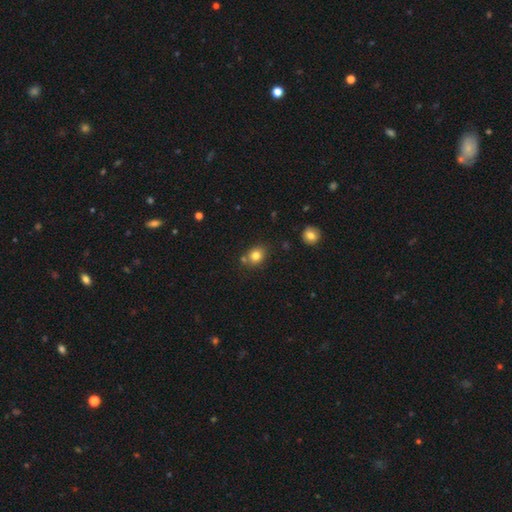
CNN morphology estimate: type=smooth (80%); roundness=round (60%); merging=none (70%).